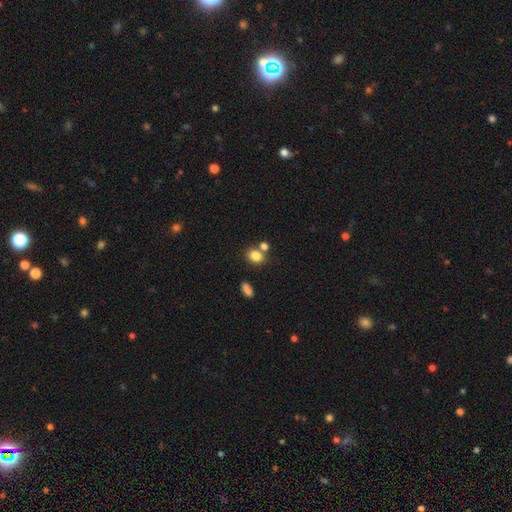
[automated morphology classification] Q: Smooth or featured?
A: smooth (82%); runner-up: star or artifact (11%)
Q: How rounded?
A: round (53%); runner-up: in between (46%)
Q: Merging?
A: none (59%); runner-up: merger (27%)